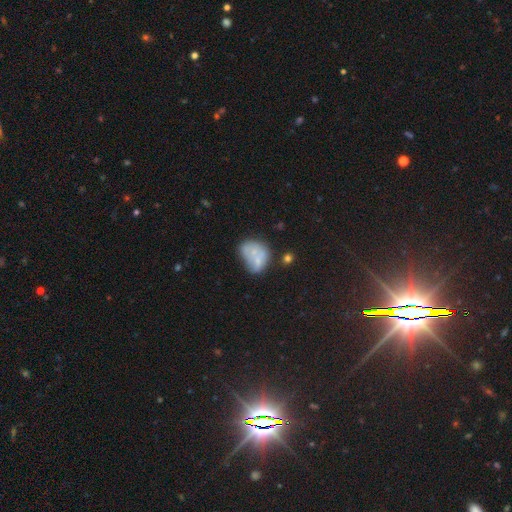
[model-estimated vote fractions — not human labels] Q: Smooth or featured?
A: smooth (55%); runner-up: featured or disk (34%)
Q: How rounded?
A: in between (64%); runner-up: round (35%)
Q: Merging?
A: none (29%); tied with: merger (29%)